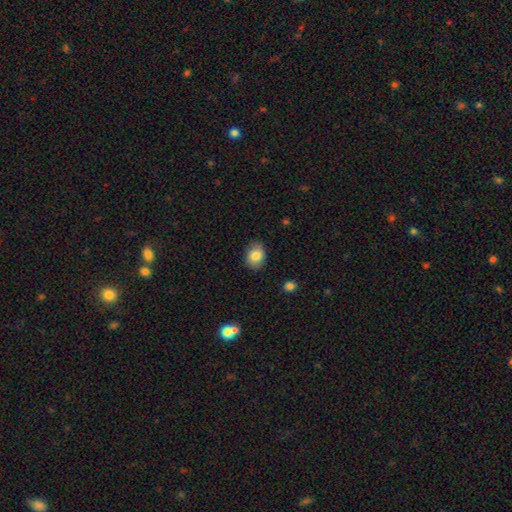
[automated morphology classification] Q: Smooth or featured?
A: smooth (84%); runner-up: star or artifact (8%)
Q: How rounded?
A: in between (61%); runner-up: round (38%)
Q: Merging?
A: none (84%); runner-up: minor disturbance (12%)